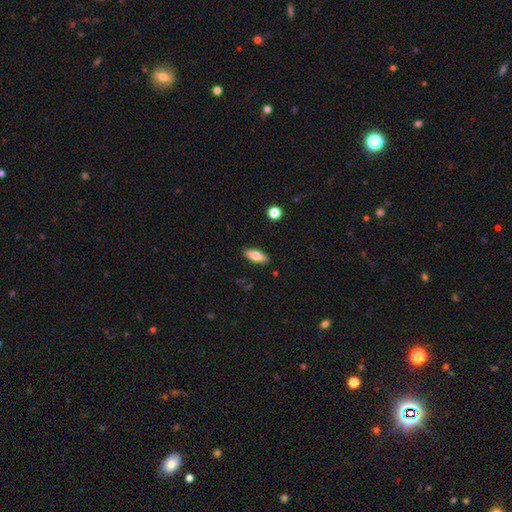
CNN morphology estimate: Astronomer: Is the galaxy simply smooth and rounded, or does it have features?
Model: smooth — 78%.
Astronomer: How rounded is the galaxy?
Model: in between — 75%.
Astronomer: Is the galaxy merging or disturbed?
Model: none — 88%.